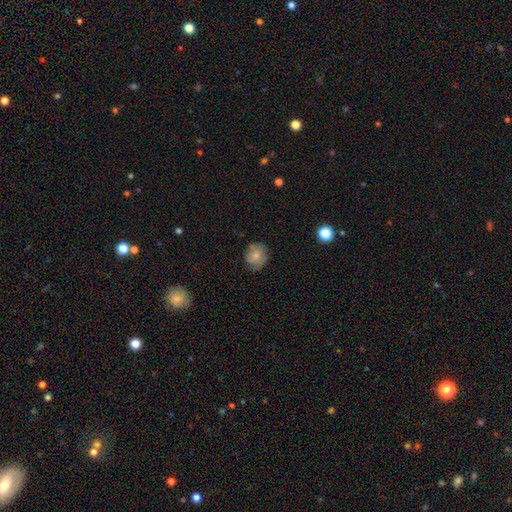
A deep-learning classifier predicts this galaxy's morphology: Smooth or featured? Predicted: smooth (p=0.62). How rounded? Predicted: round (p=0.75). Merging? Predicted: none (p=0.69).